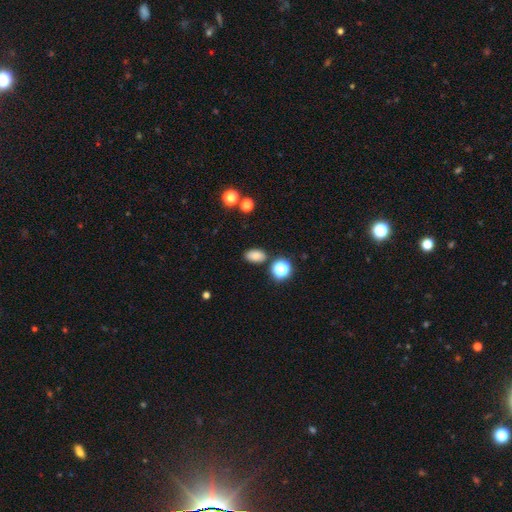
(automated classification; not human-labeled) smooth_or_featured: smooth (p=0.78) [alt: star or artifact p=0.14]
how_rounded: in between (p=0.85) [alt: round p=0.13]
merging: none (p=0.82) [alt: minor disturbance p=0.11]